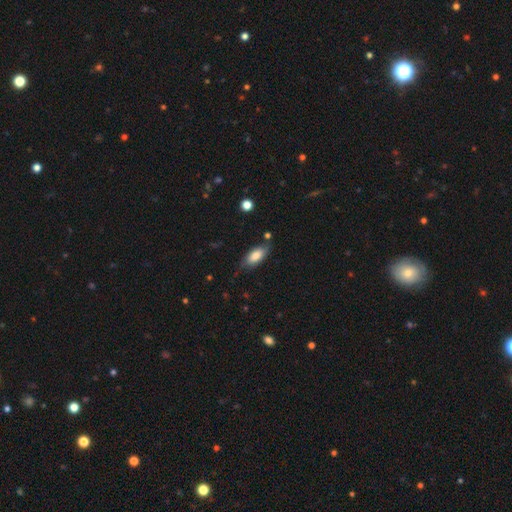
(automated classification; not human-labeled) This is likely a smooth galaxy (79%). How rounded: clearly in between (84%). Merging: likely none (68%).